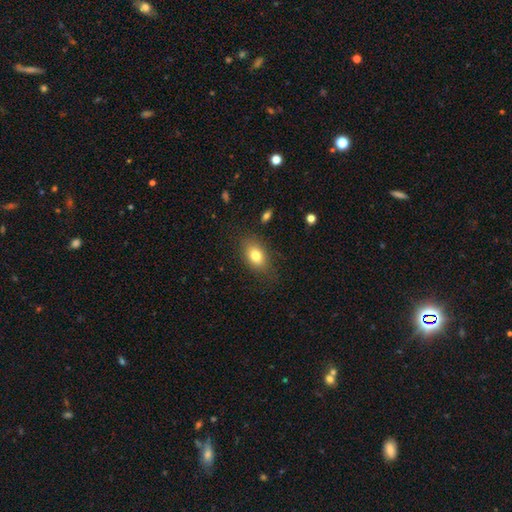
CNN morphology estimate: Smooth or featured: smooth — 78% (featured or disk — 12%)
How rounded: in between — 81% (round — 17%)
Merging: none — 77% (minor disturbance — 16%)